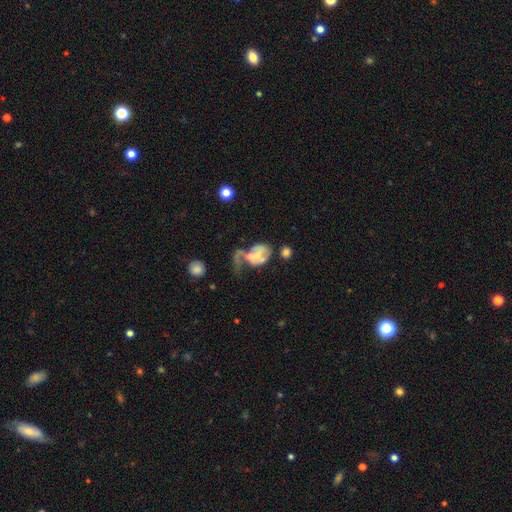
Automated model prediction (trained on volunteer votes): Smooth or featured? featured or disk (64%)
Edge-on disk? no (97%)
Bar? no (54%)
Spiral arms? yes (62%)
Bulge size? small (41%)
Merging? major disturbance (43%)